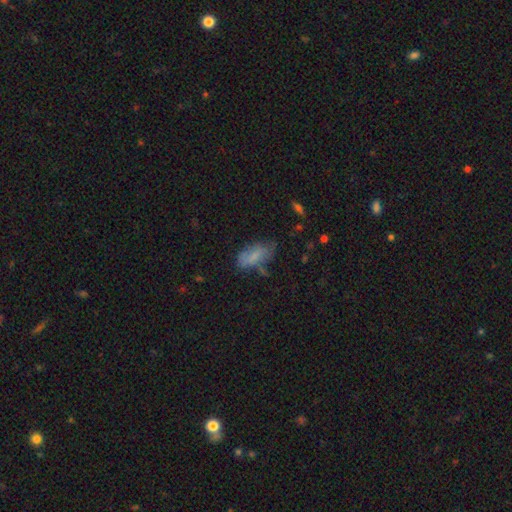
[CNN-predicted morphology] The model was most divided on "merging": none: 45%, minor disturbance: 32%, major disturbance: 16%, merger: 7%. More confident: how rounded — in between (90%); smooth or featured — smooth (69%).